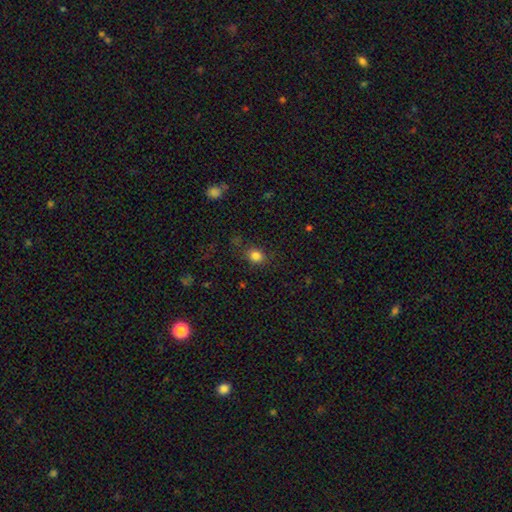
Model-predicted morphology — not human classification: Q: Smooth or featured?
A: smooth (82%); runner-up: star or artifact (13%)
Q: How rounded?
A: round (62%); runner-up: in between (37%)
Q: Merging?
A: none (77%); runner-up: minor disturbance (14%)